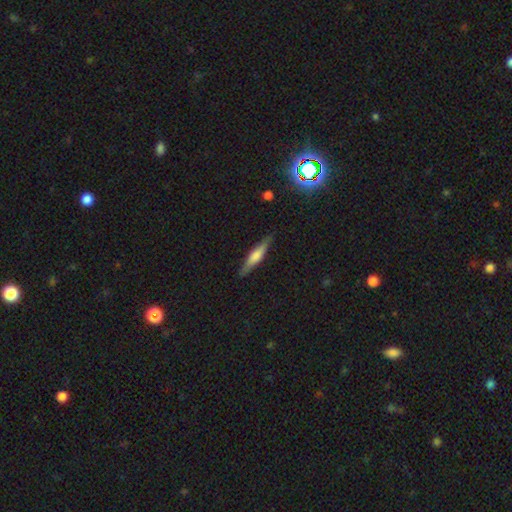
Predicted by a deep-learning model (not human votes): A smooth galaxy with no disk features (47%, tied with featured or disk).

Vote fractions:
- Smooth or featured? smooth: 47% (tied) / featured or disk: 47% (tied) / star or artifact: 6%
- Merging? none: 87% / minor disturbance: 10% / major disturbance: 2% / merger: 1%